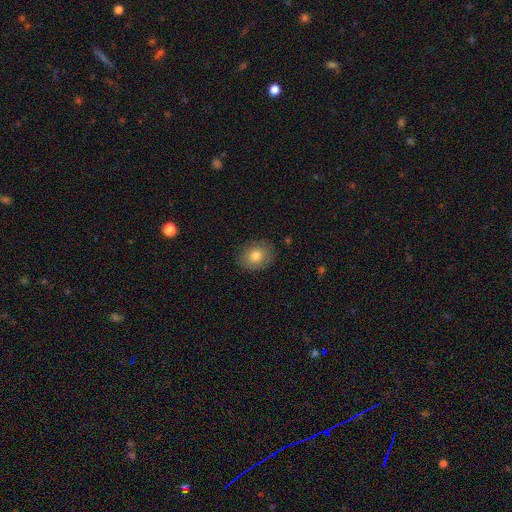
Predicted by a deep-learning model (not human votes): Smooth or featured?
  - smooth: 80% *
  - featured or disk: 11%
  - star or artifact: 9%
How rounded?
  - round: 50% *
  - in between: 49%
  - cigar-shaped: 1%
Merging?
  - none: 86% *
  - minor disturbance: 10%
  - major disturbance: 3%
  - merger: 1%